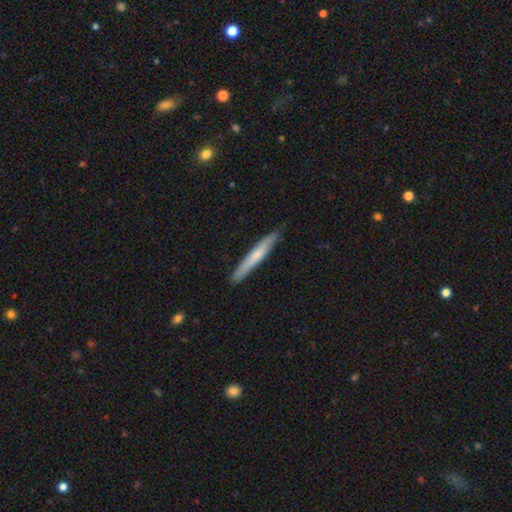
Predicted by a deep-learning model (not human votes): This appears to be a smooth galaxy with no disk features (60%) that is cigar-shaped (95%). Merging: none (86%).